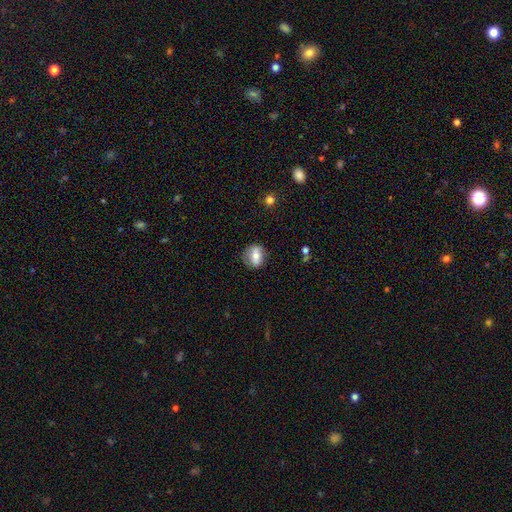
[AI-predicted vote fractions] The model was most divided on "how rounded": round: 52%, in between: 45%, cigar-shaped: 3%. More confident: merging — none (73%); smooth or featured — smooth (59%).